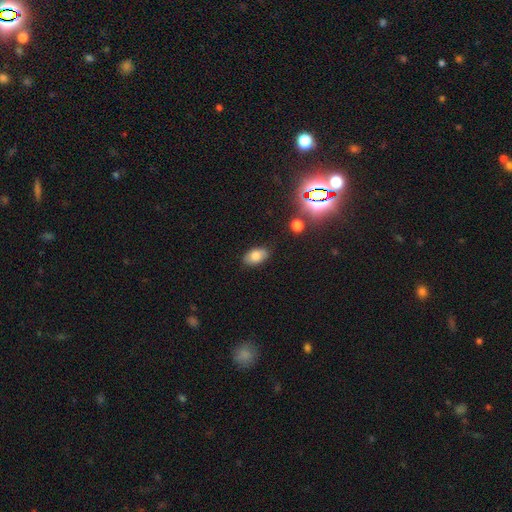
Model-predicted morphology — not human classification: This is clearly a smooth galaxy (80%). How rounded: clearly in between (92%). Merging: clearly none (82%).